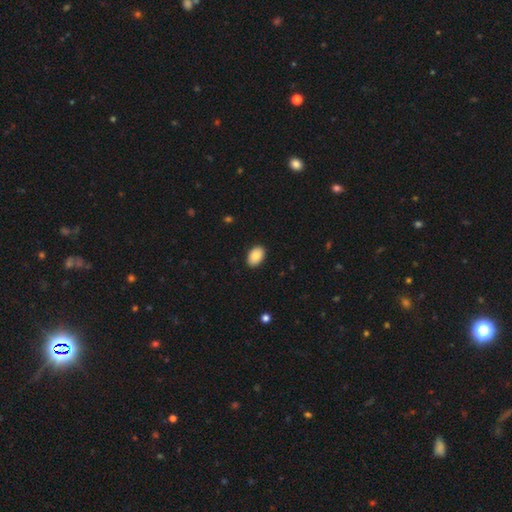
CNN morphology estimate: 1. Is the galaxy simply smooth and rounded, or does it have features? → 88% smooth, 7% star or artifact, 6% featured or disk.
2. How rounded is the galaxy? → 89% in between, 10% round, 1% cigar-shaped.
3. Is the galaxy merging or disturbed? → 89% none, 8% minor disturbance, 2% major disturbance, 1% merger.